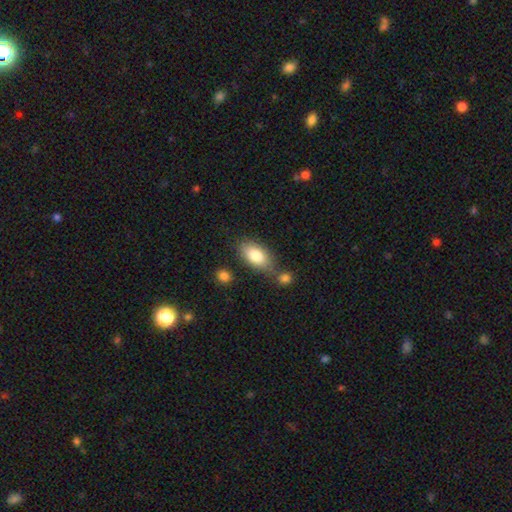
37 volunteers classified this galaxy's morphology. Smooth or featured? 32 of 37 (86%) said smooth. How rounded? 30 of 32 (94%) said in between. Merging? 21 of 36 (58%) said none.